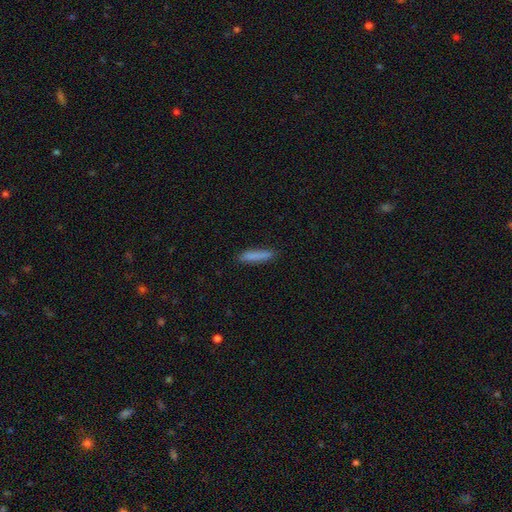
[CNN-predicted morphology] Smooth or featured?
  - smooth: 84% *
  - featured or disk: 9%
  - star or artifact: 7%
How rounded?
  - cigar-shaped: 88% *
  - in between: 11%
  - round: 1%
Merging?
  - none: 87% *
  - minor disturbance: 9%
  - major disturbance: 2%
  - merger: 1%